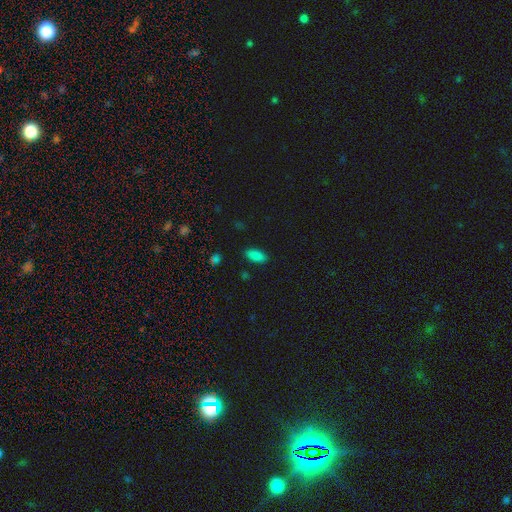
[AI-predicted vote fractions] Overall: smooth (85%). How rounded: in between (87%). Merging: none (87%).